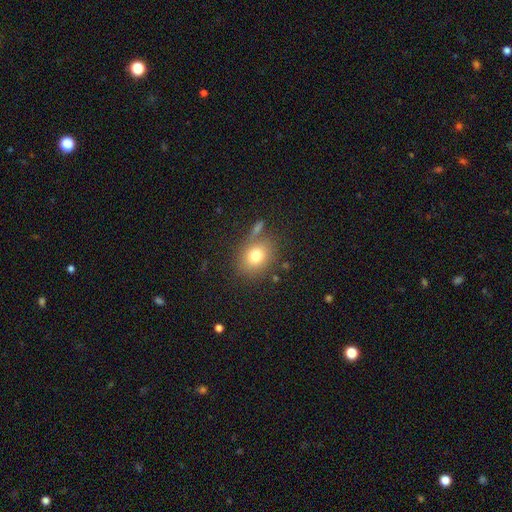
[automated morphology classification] Smooth or featured? smooth (76%)
How rounded? round (54%)
Merging? none (72%)